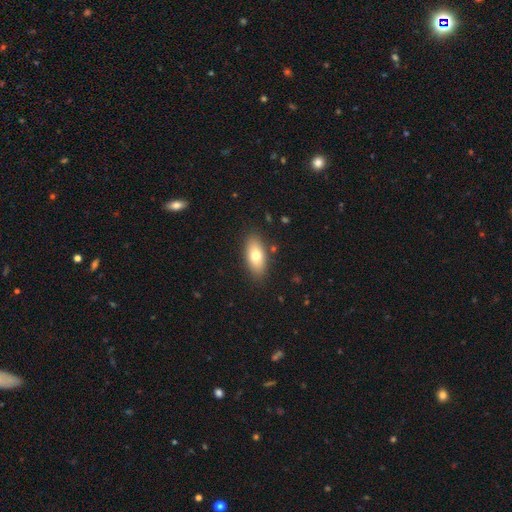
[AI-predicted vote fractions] A smooth galaxy with no disk features (72%) that is in between round and cigar-shaped (86%). Merging: none (85%).